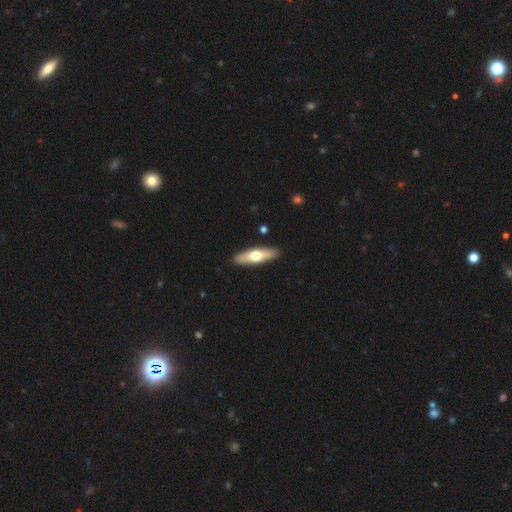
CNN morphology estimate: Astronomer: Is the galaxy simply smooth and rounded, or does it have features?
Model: smooth — 53% (runner-up: featured or disk, 42%).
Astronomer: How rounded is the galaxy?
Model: cigar-shaped — 65%.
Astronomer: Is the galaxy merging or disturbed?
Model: none — 90%.